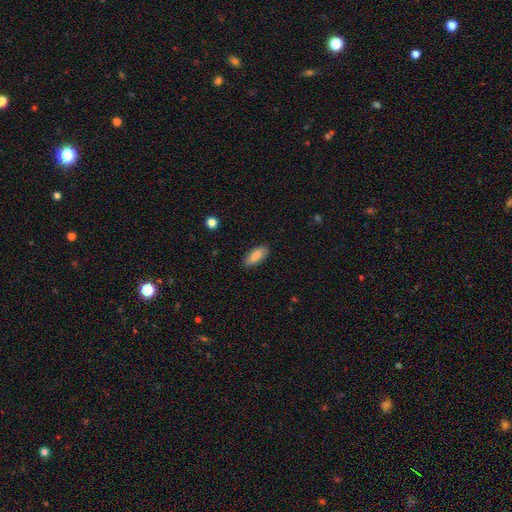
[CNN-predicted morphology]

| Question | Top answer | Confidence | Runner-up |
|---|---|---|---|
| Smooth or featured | smooth | 79% | featured or disk (15%) |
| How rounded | in between | 82% | cigar-shaped (16%) |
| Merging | none | 84% | minor disturbance (13%) |